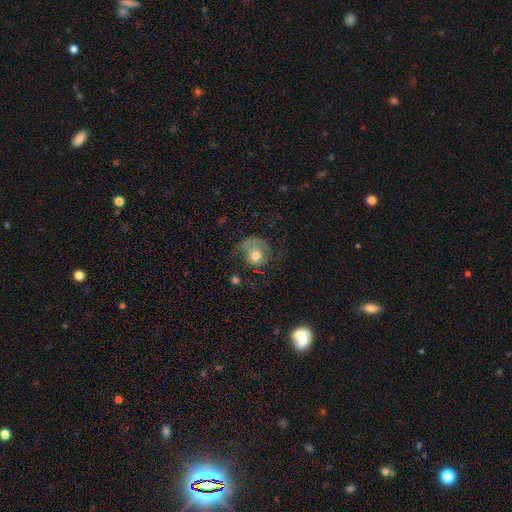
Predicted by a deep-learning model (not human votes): Q: Smooth or featured?
A: smooth (57%); runner-up: featured or disk (33%)
Q: How rounded?
A: round (74%); runner-up: in between (24%)
Q: Merging?
A: none (42%); runner-up: major disturbance (30%)